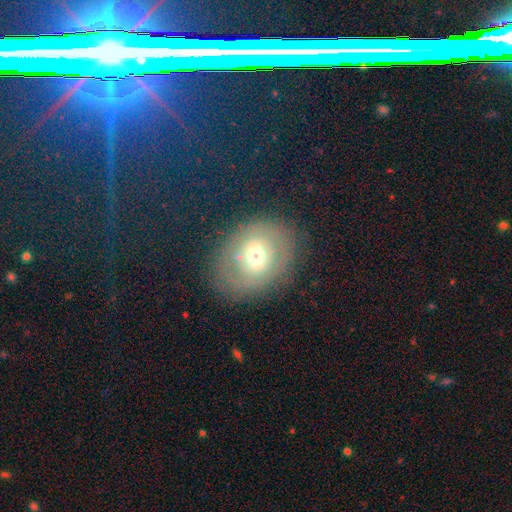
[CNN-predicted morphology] This appears to be a smooth galaxy with no disk features (48%). Merging: none (74%).